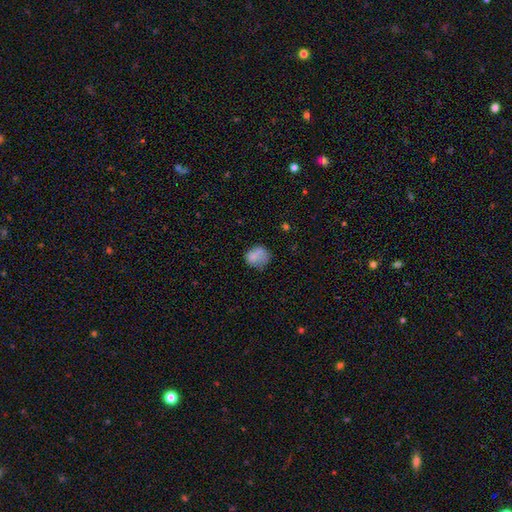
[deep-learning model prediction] This appears to be a smooth galaxy with no disk features (76%) that is round (67%). Merging: none (53%).